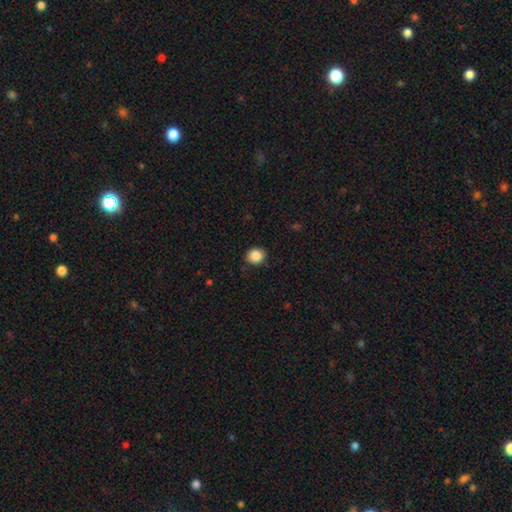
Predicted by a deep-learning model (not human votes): Smooth or featured? Predicted: smooth (p=0.87). How rounded? Predicted: round (p=0.83). Merging? Predicted: none (p=0.87).